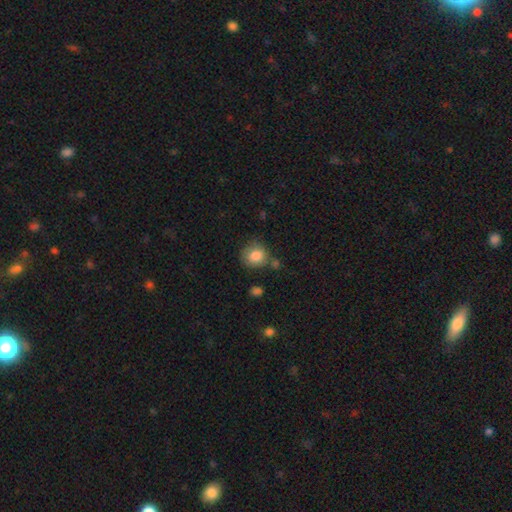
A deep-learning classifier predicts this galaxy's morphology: smooth 84%, star or artifact 9%, featured or disk 8%. Down the decision tree: how rounded — round (78%); merging — none (68%).